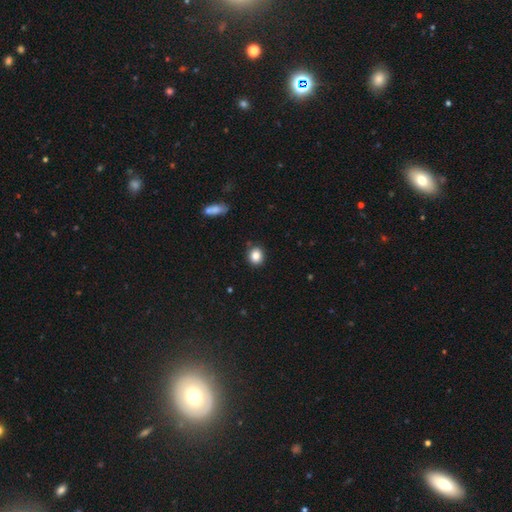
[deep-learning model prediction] smooth-or-featured: smooth: 84% | star or artifact: 10% | featured or disk: 6%
  how-rounded: round: 77% | in between: 22% | cigar-shaped: 1%
  merging: none: 87% | minor disturbance: 9% | major disturbance: 2% | merger: 2%